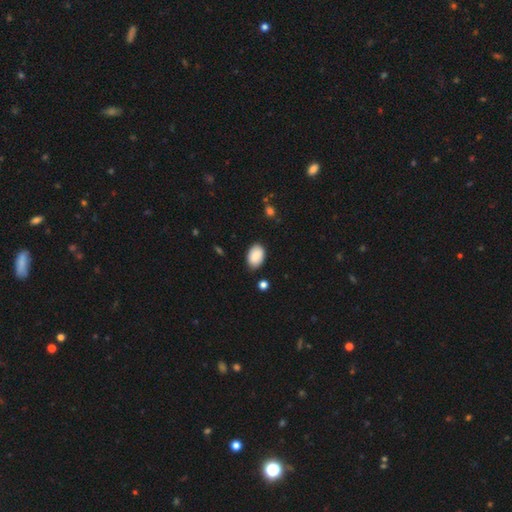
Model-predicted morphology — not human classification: Q: Smooth or featured?
A: smooth (88%); runner-up: star or artifact (7%)
Q: How rounded?
A: in between (89%); runner-up: round (10%)
Q: Merging?
A: none (84%); runner-up: minor disturbance (12%)